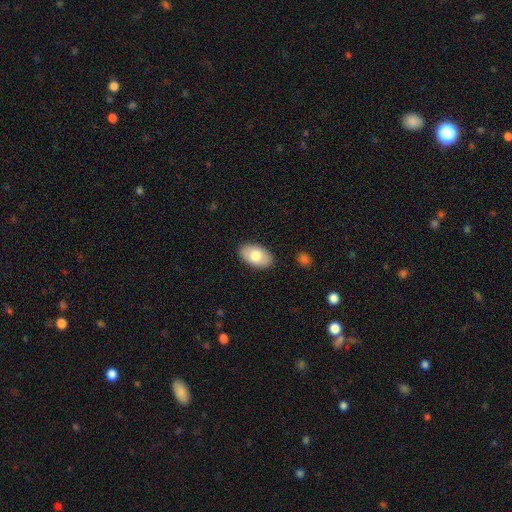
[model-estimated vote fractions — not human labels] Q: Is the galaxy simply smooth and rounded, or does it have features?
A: smooth — 76%.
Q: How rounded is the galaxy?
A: in between — 94%.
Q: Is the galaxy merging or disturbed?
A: none — 88%.